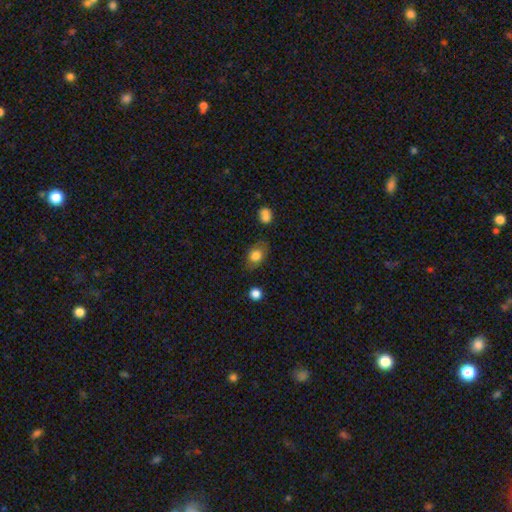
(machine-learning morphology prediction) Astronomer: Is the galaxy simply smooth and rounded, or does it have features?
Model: smooth — 77%.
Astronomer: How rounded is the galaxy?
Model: in between — 75%.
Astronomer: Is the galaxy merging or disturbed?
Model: none — 74%.